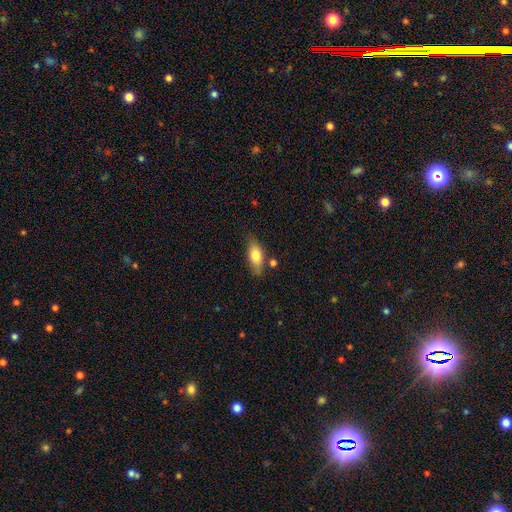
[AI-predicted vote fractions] smooth-or-featured: smooth: 73% | featured or disk: 21% | star or artifact: 7%
  how-rounded: in between: 78% | cigar-shaped: 19% | round: 3%
  merging: none: 73% | minor disturbance: 18% | merger: 6% | major disturbance: 4%